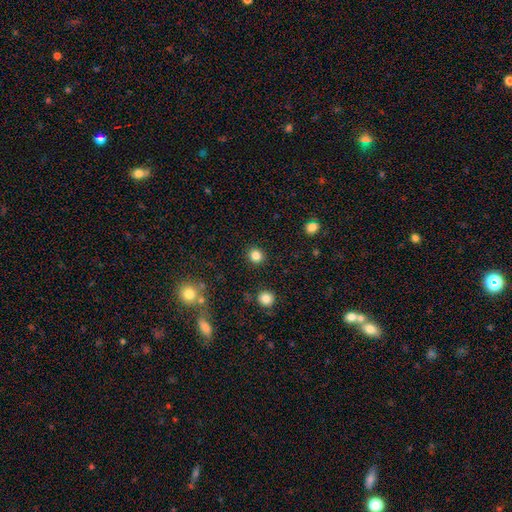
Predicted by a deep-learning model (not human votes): Overall: smooth (83%). How rounded: round (88%). Merging: none (91%).